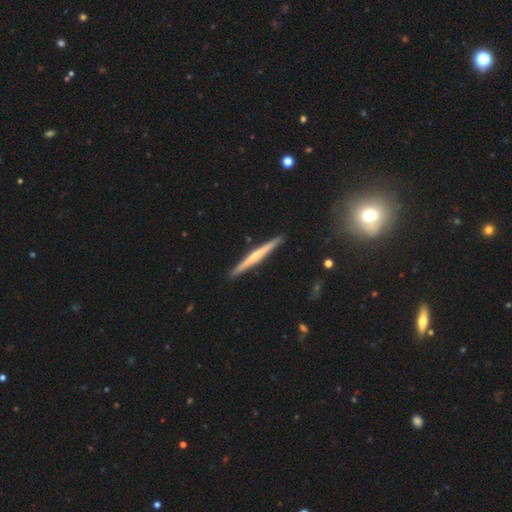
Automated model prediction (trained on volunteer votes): This is likely a featured or disk galaxy (65%). It is clearly viewed edge-on (98%). Edge-on bulge: possibly rounded (59%). Merging: clearly none (91%).